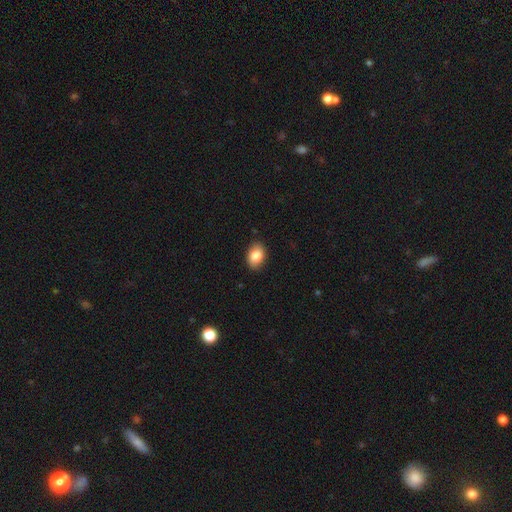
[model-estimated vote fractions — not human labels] The model was most divided on "how rounded": in between: 80%, round: 19%, cigar-shaped: 1%. More confident: merging — none (86%); smooth or featured — smooth (85%).